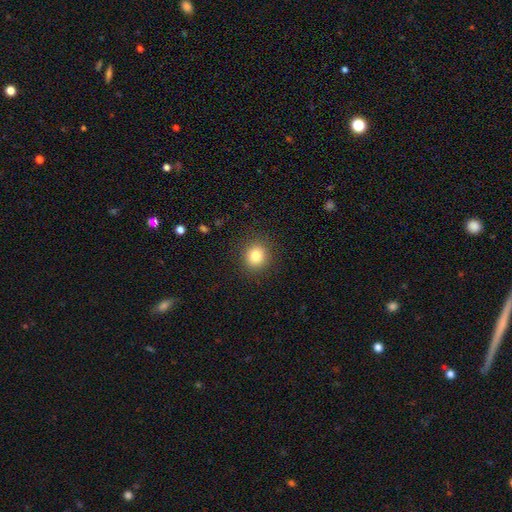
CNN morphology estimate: A smooth galaxy with no disk features (82%) that is round (87%). Merging: none (90%).